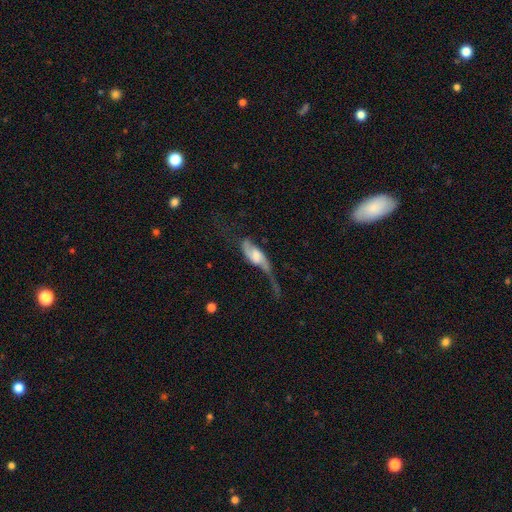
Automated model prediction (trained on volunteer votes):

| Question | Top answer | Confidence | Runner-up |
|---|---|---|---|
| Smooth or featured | featured or disk | 63% | smooth (30%) |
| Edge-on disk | no | 83% | yes (17%) |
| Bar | no | 51% | weak (36%) |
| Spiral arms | yes | 82% | no (18%) |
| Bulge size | moderate | 34% | large (26%) |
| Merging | major disturbance | 52% | minor disturbance (20%) |